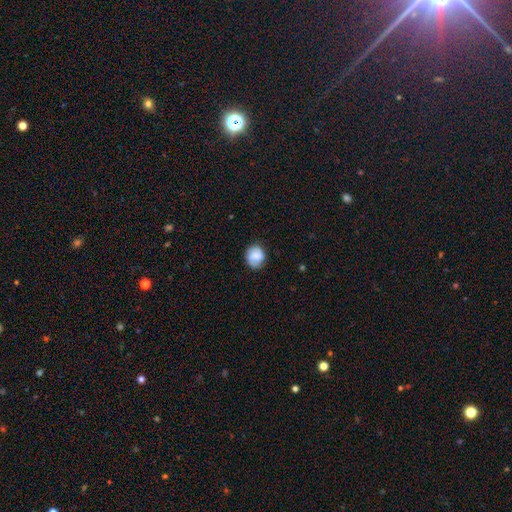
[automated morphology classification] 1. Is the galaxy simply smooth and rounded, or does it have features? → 70% smooth, 21% featured or disk, 8% star or artifact.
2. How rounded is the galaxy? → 74% round, 25% in between, 1% cigar-shaped.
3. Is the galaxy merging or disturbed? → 73% none, 20% minor disturbance, 6% major disturbance, 2% merger.